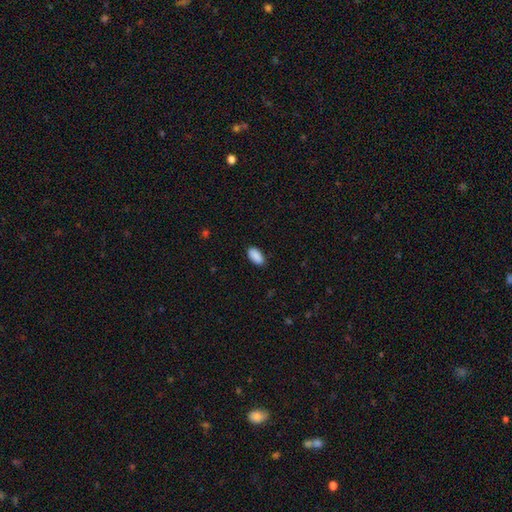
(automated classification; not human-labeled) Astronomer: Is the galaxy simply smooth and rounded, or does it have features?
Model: smooth — 90%.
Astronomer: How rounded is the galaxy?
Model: in between — 94%.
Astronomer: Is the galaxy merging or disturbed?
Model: none — 88%.